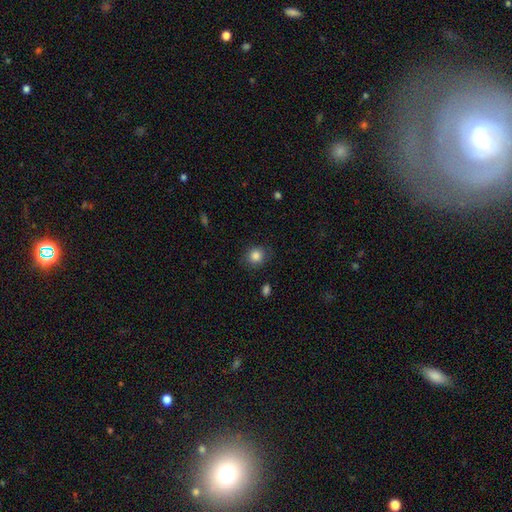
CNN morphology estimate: This is clearly a smooth galaxy (85%). How rounded: clearly round (81%). Merging: clearly none (85%).